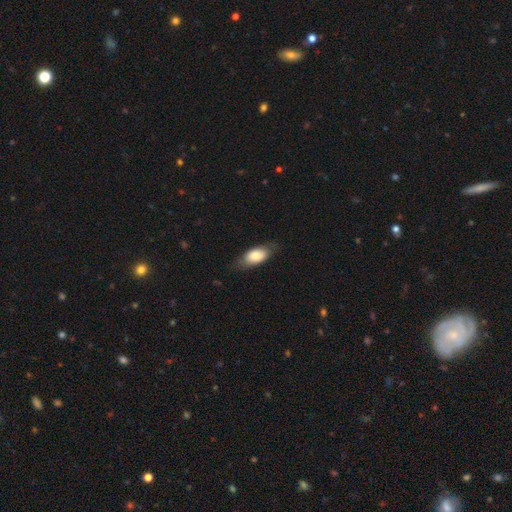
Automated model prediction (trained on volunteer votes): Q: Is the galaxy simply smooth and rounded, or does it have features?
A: smooth — 79%.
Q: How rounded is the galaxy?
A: in between — 86%.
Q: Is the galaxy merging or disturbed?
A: none — 72%.